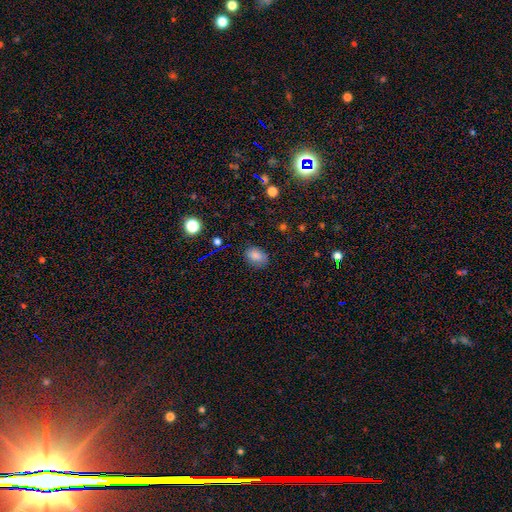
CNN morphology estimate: Smooth or featured: smooth — 82% (star or artifact — 11%)
How rounded: in between — 80% (round — 18%)
Merging: none — 78% (minor disturbance — 17%)